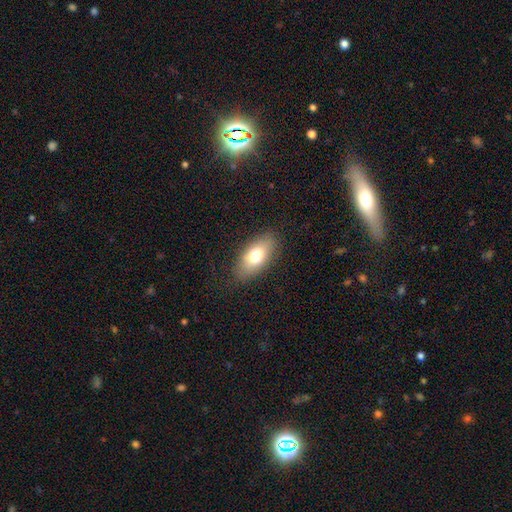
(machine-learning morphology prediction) This is likely a smooth galaxy (72%). How rounded: clearly in between (86%). Merging: clearly none (84%).